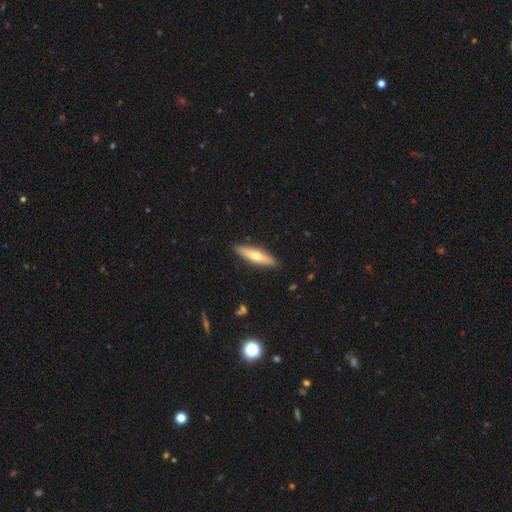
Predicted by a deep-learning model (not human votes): The model was most divided on "smooth or featured": smooth: 59%, featured or disk: 35%, star or artifact: 5%. More confident: merging — none (90%); how rounded — cigar-shaped (77%).